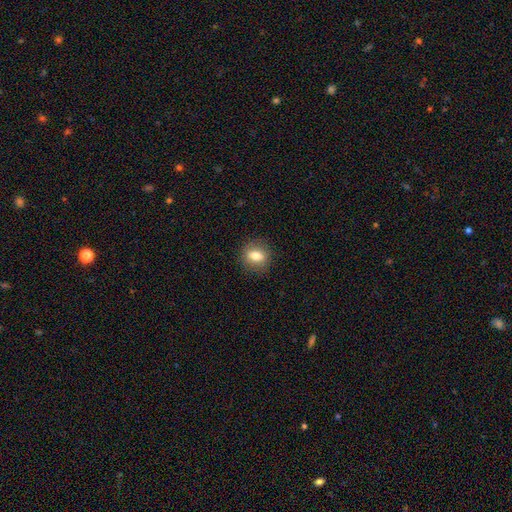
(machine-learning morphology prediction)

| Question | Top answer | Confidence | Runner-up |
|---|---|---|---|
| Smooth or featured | smooth | 76% | featured or disk (15%) |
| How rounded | round | 58% | in between (40%) |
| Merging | none | 87% | minor disturbance (9%) |